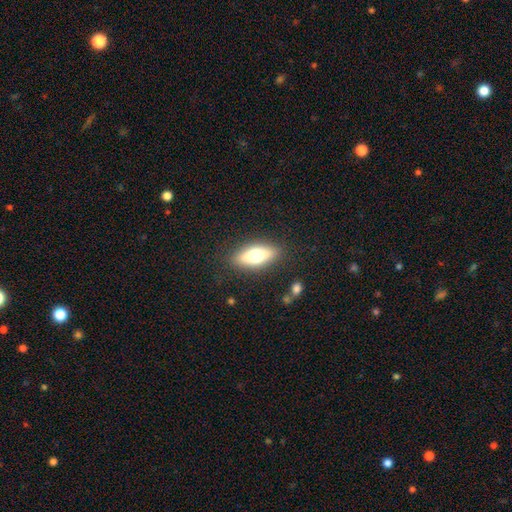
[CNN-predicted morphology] This is likely a smooth galaxy (62%). How rounded: likely in between (74%). Merging: clearly none (85%).